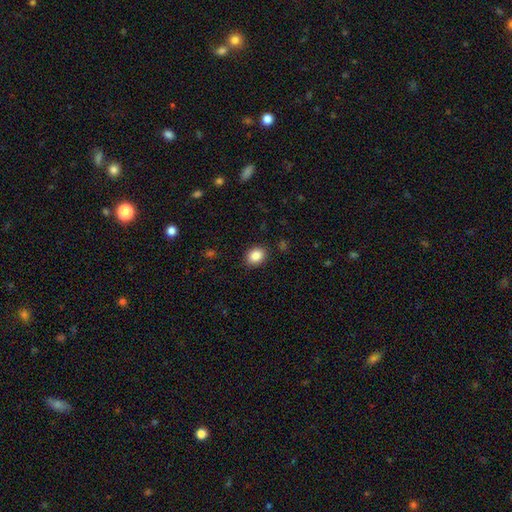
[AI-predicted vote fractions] Smooth or featured? Predicted: smooth (p=0.86). How rounded? Predicted: round (p=0.53). Merging? Predicted: none (p=0.87).